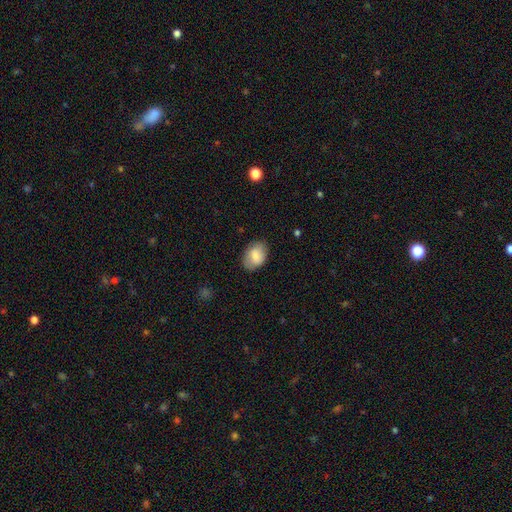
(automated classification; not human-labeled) smooth_or_featured: smooth (p=0.80) [alt: featured or disk p=0.13]
how_rounded: in between (p=0.81) [alt: round p=0.18]
merging: none (p=0.78) [alt: minor disturbance p=0.17]